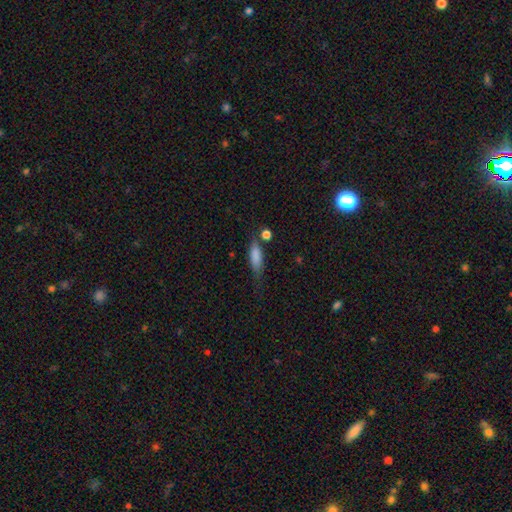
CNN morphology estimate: This is clearly a smooth galaxy (81%). How rounded: possibly in between (55%). Merging: possibly none (56%).